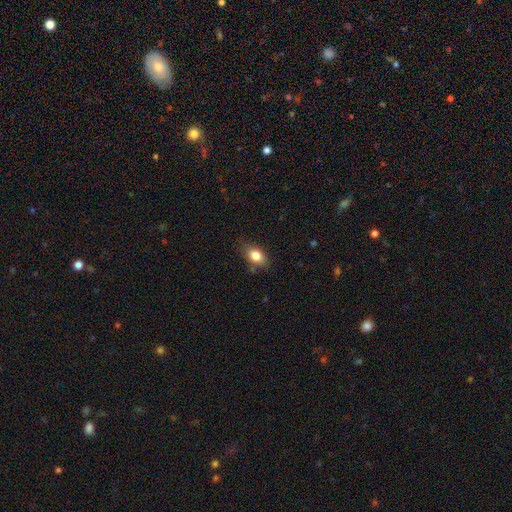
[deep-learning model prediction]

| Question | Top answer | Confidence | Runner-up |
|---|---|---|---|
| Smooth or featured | smooth | 81% | featured or disk (11%) |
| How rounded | in between | 82% | round (14%) |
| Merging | none | 73% | minor disturbance (20%) |